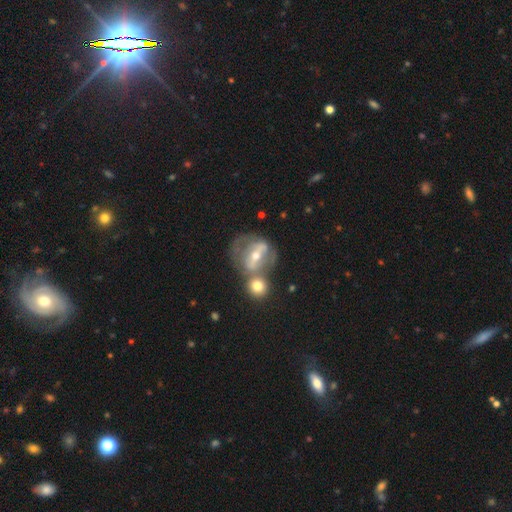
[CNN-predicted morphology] Smooth or featured? featured or disk (70%)
Edge-on disk? no (92%)
Bar? strong (55%)
Spiral arms? no (52%)
Bulge size? moderate (62%)
Merging? merger (38%)